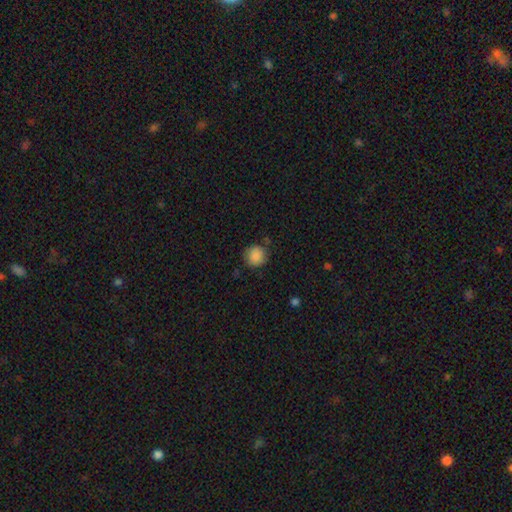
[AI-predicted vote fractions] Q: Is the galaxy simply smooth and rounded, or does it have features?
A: smooth — 87%.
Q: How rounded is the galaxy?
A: round — 90%.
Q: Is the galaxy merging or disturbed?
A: none — 81%.